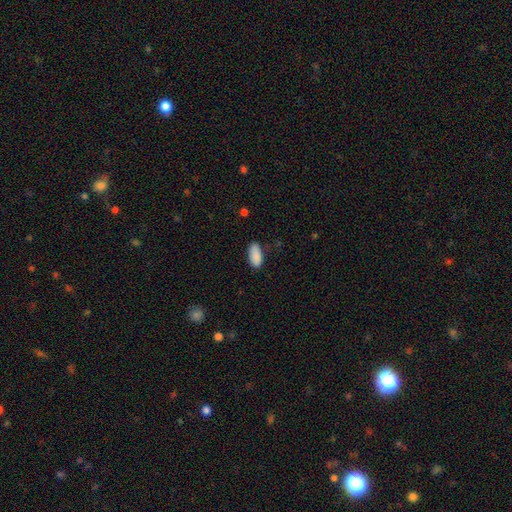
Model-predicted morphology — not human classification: smooth-or-featured: smooth: 89% | star or artifact: 7% | featured or disk: 4%
  how-rounded: in between: 89% | cigar-shaped: 9% | round: 2%
  merging: none: 78% | minor disturbance: 18% | major disturbance: 3% | merger: 2%